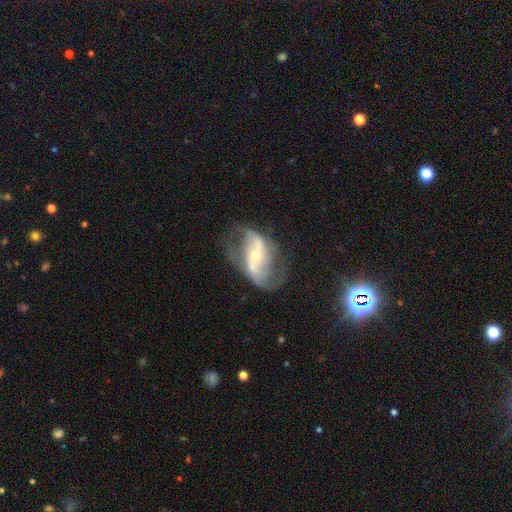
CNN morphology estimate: Q: Smooth or featured?
A: featured or disk (85%); runner-up: smooth (9%)
Q: Edge-on disk?
A: no (95%); runner-up: yes (5%)
Q: Bar?
A: strong (43%); runner-up: weak (31%)
Q: Spiral arms?
A: yes (89%); runner-up: no (11%)
Q: Spiral winding?
A: loose (60%); runner-up: medium (31%)
Q: Spiral arm count?
A: 2 (88%); runner-up: can't tell (6%)
Q: Bulge size?
A: small (65%); runner-up: moderate (31%)
Q: Merging?
A: none (60%); runner-up: minor disturbance (19%)